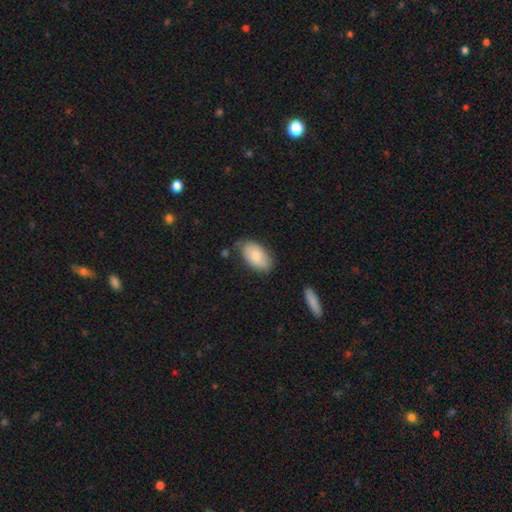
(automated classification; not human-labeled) This appears to be a smooth galaxy with no disk features (79%) that is in between round and cigar-shaped (94%). Merging: none (70%).